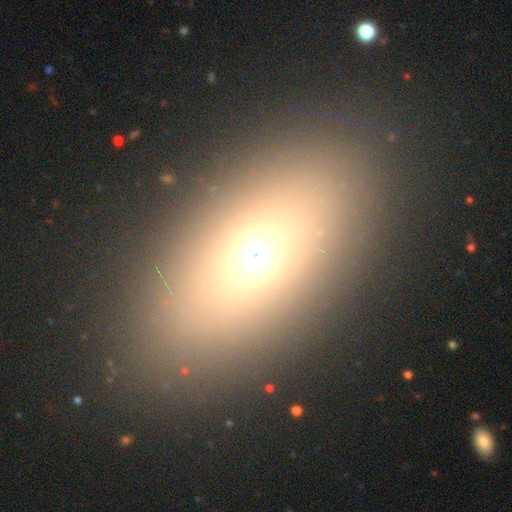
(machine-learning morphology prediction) Q: Smooth or featured?
A: smooth (61%); runner-up: featured or disk (21%)
Q: How rounded?
A: in between (81%); runner-up: round (14%)
Q: Merging?
A: none (86%); runner-up: minor disturbance (8%)